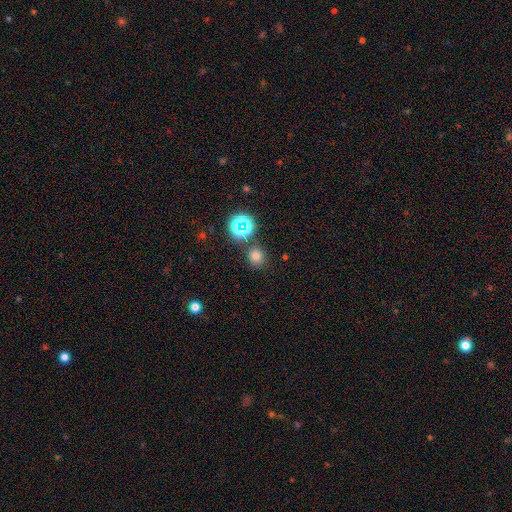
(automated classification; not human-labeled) smooth 71%, star or artifact 23%, featured or disk 6%. Down the decision tree: how rounded — round (84%); merging — none (81%).